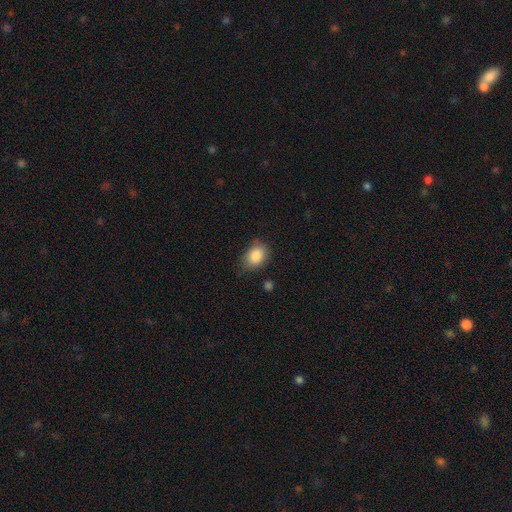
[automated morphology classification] smooth_or_featured: smooth (p=0.87) [alt: star or artifact p=0.08]
how_rounded: in between (p=0.74) [alt: round p=0.25]
merging: none (p=0.67) [alt: minor disturbance p=0.25]